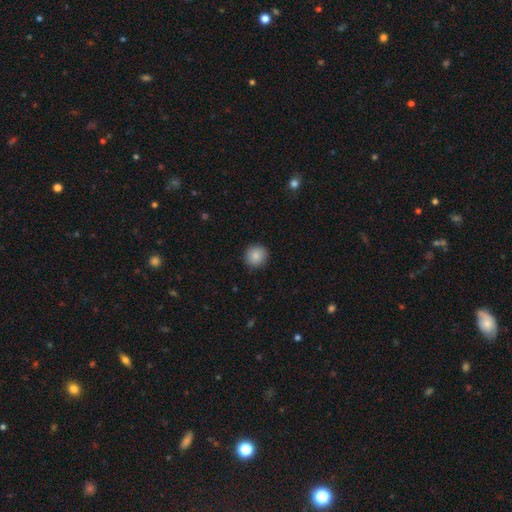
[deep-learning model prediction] Smooth or featured?
  - smooth: 85% *
  - star or artifact: 8%
  - featured or disk: 7%
How rounded?
  - round: 92% *
  - in between: 7%
  - cigar-shaped: 1%
Merging?
  - none: 89% *
  - minor disturbance: 8%
  - major disturbance: 2%
  - merger: 1%